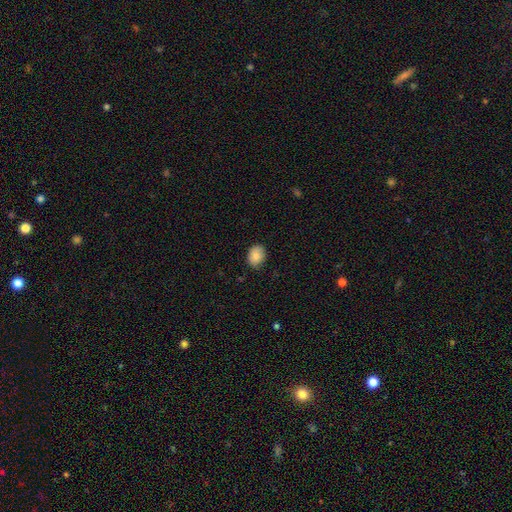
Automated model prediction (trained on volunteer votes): smooth_or_featured: smooth (p=0.86) [alt: star or artifact p=0.07]
how_rounded: in between (p=0.65) [alt: round p=0.34]
merging: none (p=0.82) [alt: minor disturbance p=0.15]